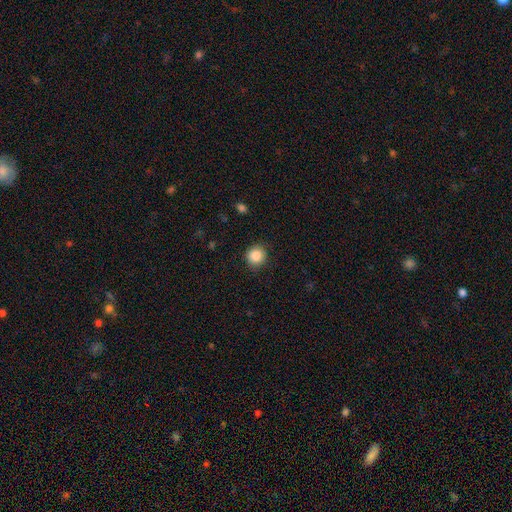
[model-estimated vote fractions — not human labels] This is clearly a smooth galaxy (86%). How rounded: clearly round (90%). Merging: clearly none (86%).